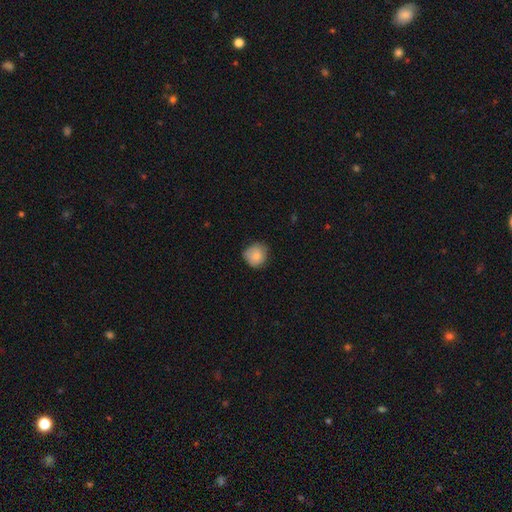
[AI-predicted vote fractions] Overall: smooth (82%). How rounded: round (88%). Merging: none (71%).